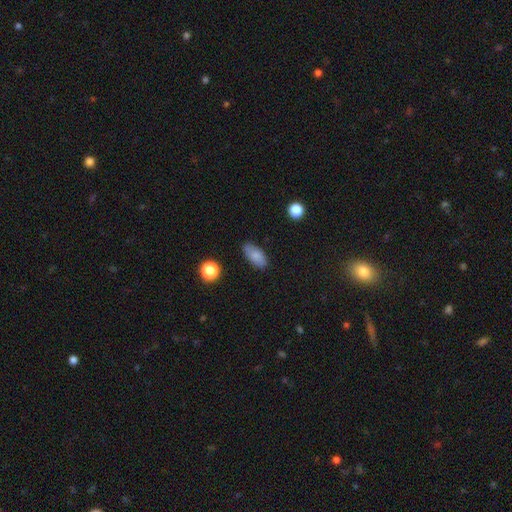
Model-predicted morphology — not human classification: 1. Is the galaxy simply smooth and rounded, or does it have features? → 82% smooth, 10% featured or disk, 8% star or artifact.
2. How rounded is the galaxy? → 89% in between, 7% cigar-shaped, 4% round.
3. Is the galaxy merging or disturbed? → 78% none, 16% minor disturbance, 3% major disturbance, 2% merger.